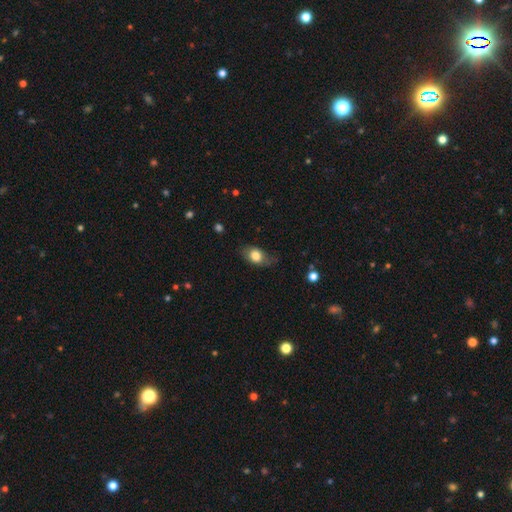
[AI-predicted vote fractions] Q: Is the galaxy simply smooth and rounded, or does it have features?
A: smooth — 79%.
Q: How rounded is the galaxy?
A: in between — 77%.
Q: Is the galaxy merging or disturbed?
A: none — 65%.